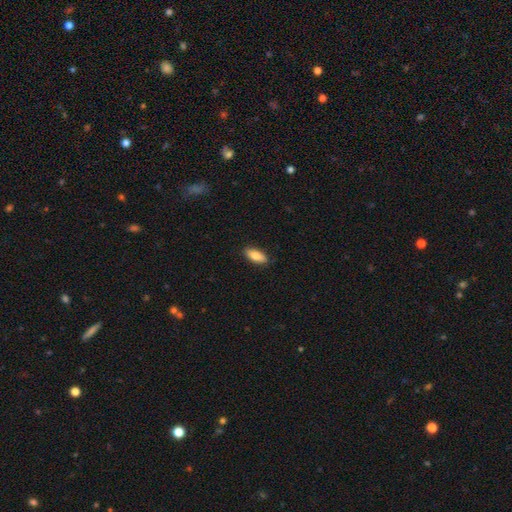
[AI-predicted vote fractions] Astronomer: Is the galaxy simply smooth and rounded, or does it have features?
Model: smooth — 84%.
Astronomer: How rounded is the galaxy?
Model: in between — 83%.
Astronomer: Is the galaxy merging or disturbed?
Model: none — 88%.